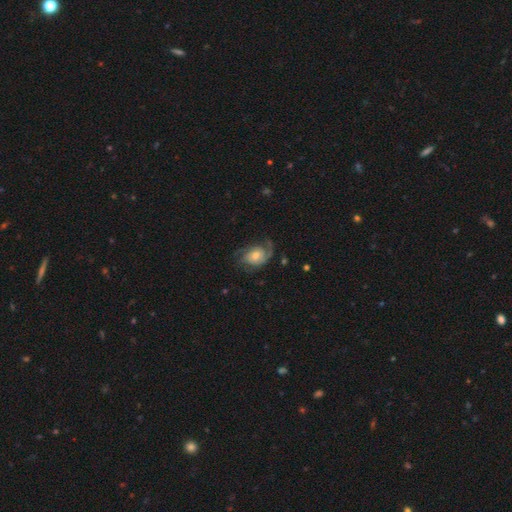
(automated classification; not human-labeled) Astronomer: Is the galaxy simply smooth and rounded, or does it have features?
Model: featured or disk — 76%.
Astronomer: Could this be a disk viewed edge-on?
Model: no — 97%.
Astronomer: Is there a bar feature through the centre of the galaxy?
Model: no — 65%.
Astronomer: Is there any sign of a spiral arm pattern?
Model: yes — 94%.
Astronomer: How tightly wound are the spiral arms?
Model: medium — 42% (runner-up: tight, 33%).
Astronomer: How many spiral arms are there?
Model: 2 — 55%.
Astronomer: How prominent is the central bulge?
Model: moderate — 52% (runner-up: small, 29%).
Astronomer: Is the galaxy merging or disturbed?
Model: none — 61%.